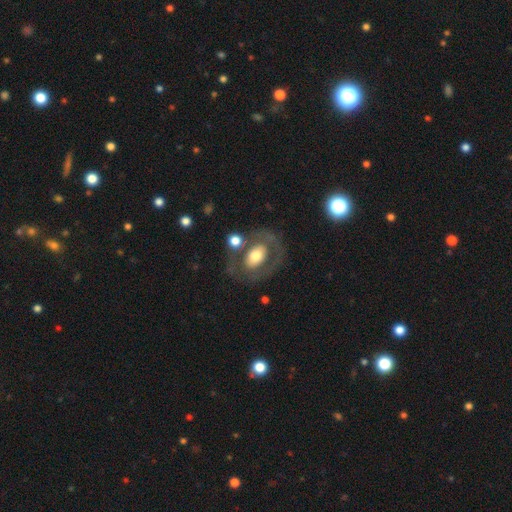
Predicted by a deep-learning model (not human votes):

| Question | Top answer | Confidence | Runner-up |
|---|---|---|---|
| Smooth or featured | featured or disk | 47% | smooth (46%) |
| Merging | none | 62% | minor disturbance (15%) |